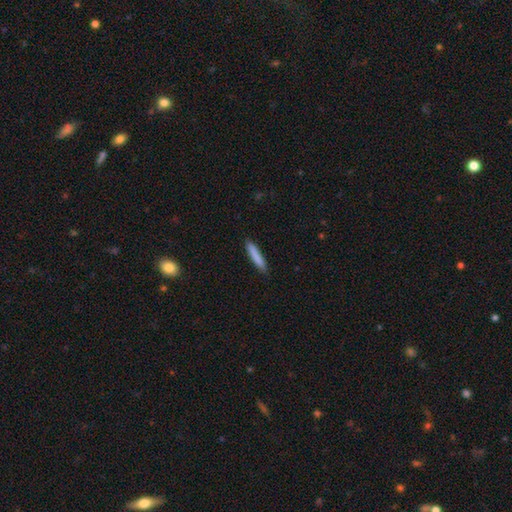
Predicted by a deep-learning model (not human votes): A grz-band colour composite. It shows a smooth galaxy with no disk features (84%) that is cigar-shaped (91%). Merging: none (89%).